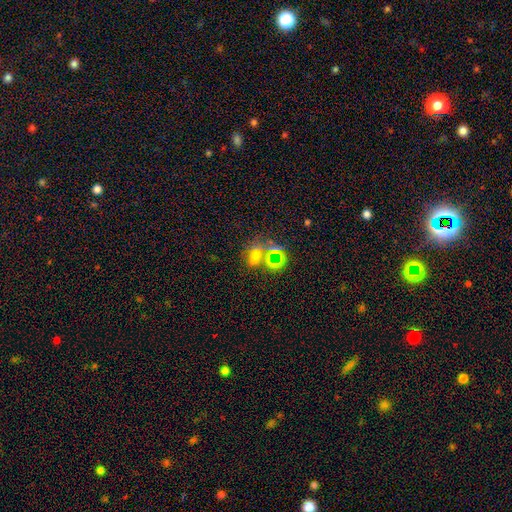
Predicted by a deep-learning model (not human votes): Morphology: type=star or artifact (45%).